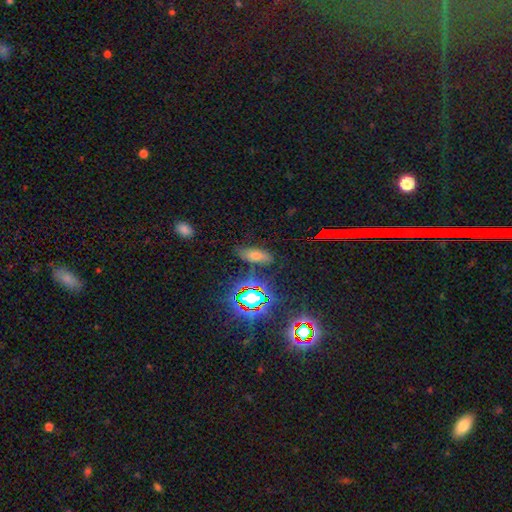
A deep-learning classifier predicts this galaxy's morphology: A smooth galaxy with no disk features (56%) that is in between round and cigar-shaped (72%).

Vote fractions:
- Smooth or featured? smooth: 56% / star or artifact: 29% / featured or disk: 15%
- How rounded? in between: 72% / cigar-shaped: 23% / round: 5%
- Merging? none: 79% / minor disturbance: 13% / major disturbance: 4% / merger: 4%